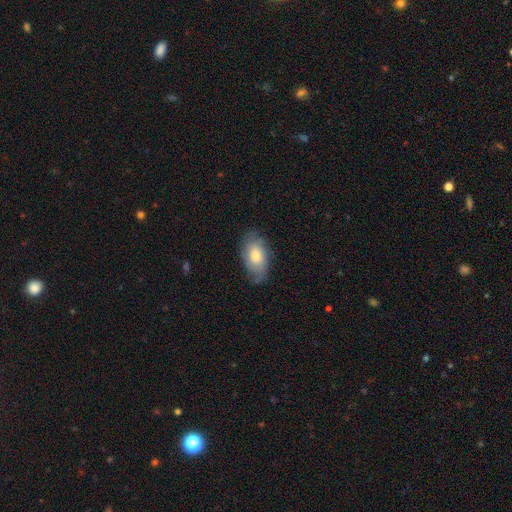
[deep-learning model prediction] smooth 56%, featured or disk 37%, star or artifact 7%. Down the decision tree: how rounded — in between (91%); merging — none (74%).